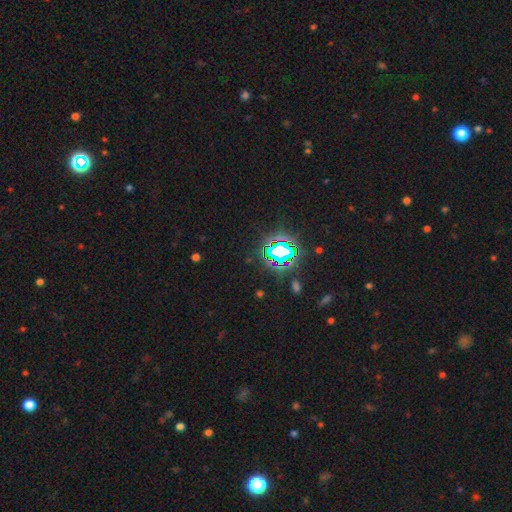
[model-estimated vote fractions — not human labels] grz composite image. It shows a star or artifact, not a galaxy (81%).